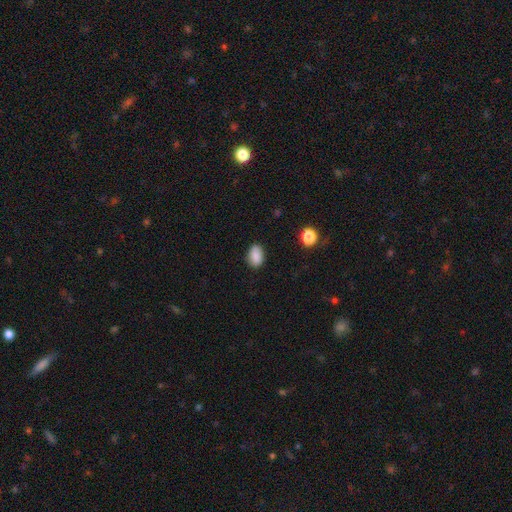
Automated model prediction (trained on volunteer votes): Smooth or featured?
  - smooth: 86% *
  - star or artifact: 9%
  - featured or disk: 5%
How rounded?
  - in between: 84% *
  - round: 14%
  - cigar-shaped: 2%
Merging?
  - none: 82% *
  - minor disturbance: 14%
  - major disturbance: 3%
  - merger: 2%